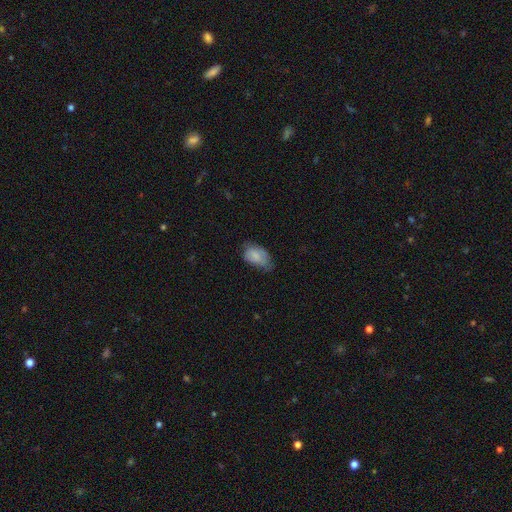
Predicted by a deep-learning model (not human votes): Smooth or featured? smooth (76%)
How rounded? in between (91%)
Merging? minor disturbance (42%)